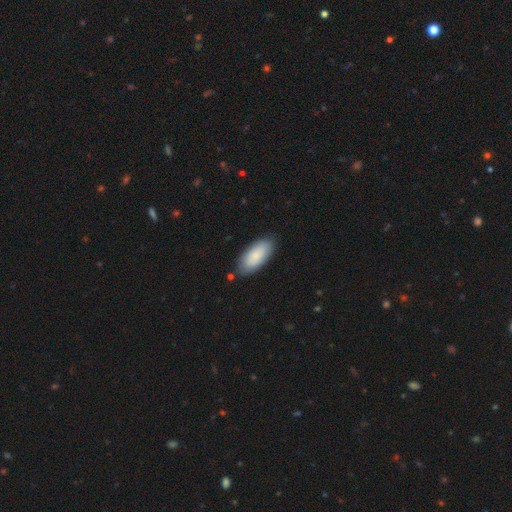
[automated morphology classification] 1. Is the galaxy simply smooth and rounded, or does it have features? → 83% smooth, 11% featured or disk, 6% star or artifact.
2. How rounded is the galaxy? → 89% in between, 9% cigar-shaped, 2% round.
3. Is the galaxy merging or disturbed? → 82% none, 13% minor disturbance, 3% major disturbance, 2% merger.